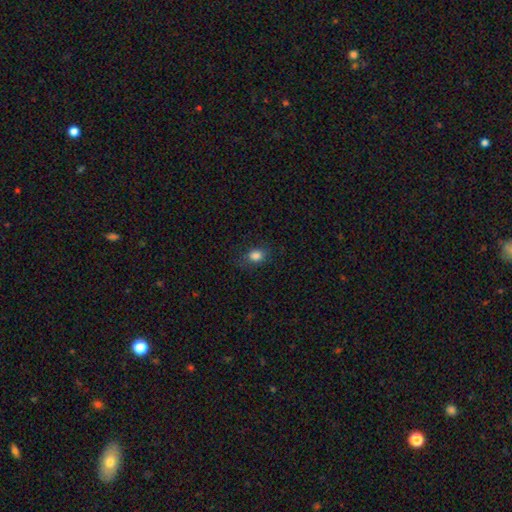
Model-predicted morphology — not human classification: Smooth or featured? smooth (84%)
How rounded? in between (62%)
Merging? none (78%)